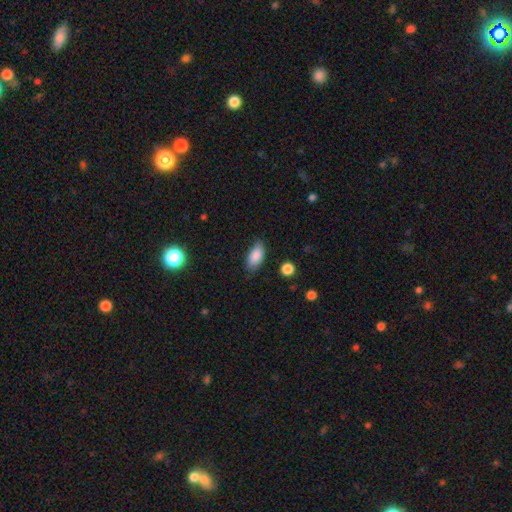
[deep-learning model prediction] A smooth galaxy with no disk features (87%) that is in between round and cigar-shaped (90%). Merging: none (80%).